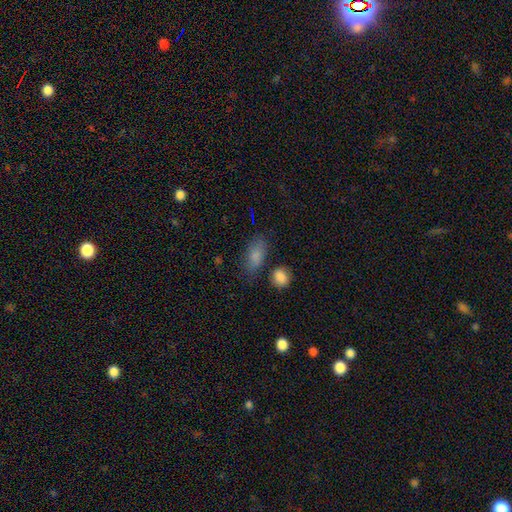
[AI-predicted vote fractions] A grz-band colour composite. It shows a smooth galaxy with no disk features (83%) that is in between round and cigar-shaped (86%). Merging: none (68%).